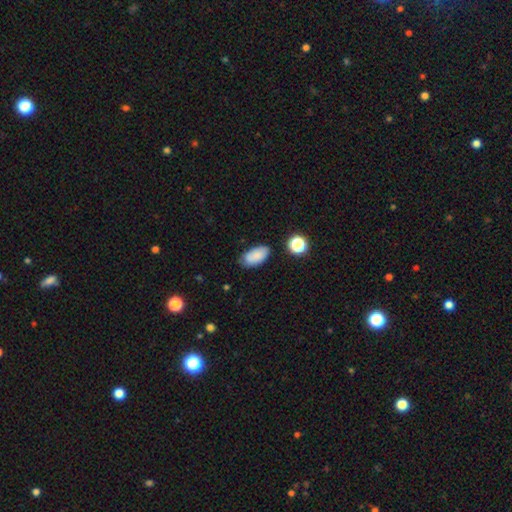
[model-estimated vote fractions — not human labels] smooth_or_featured: smooth (p=0.82) [alt: featured or disk p=0.10]
how_rounded: in between (p=0.93) [alt: round p=0.04]
merging: none (p=0.73) [alt: minor disturbance p=0.19]